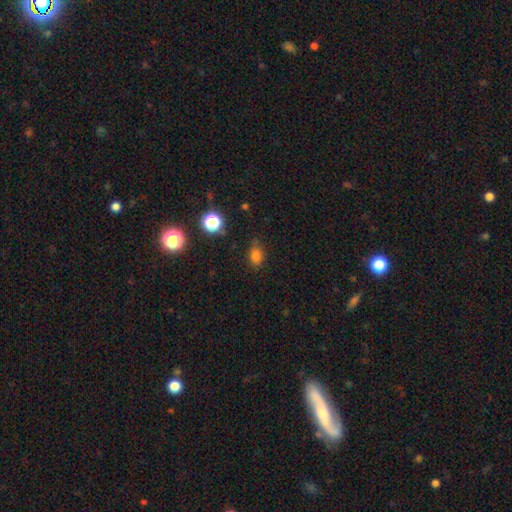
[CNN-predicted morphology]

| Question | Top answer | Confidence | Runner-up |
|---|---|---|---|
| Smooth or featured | smooth | 77% | star or artifact (17%) |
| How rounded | in between | 72% | round (26%) |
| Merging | none | 70% | minor disturbance (22%) |